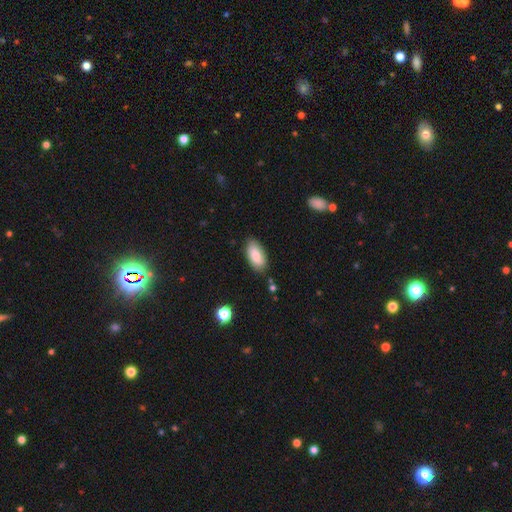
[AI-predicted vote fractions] smooth-or-featured: smooth: 80% | featured or disk: 13% | star or artifact: 7%
  how-rounded: in between: 93% | cigar-shaped: 4% | round: 3%
  merging: none: 80% | minor disturbance: 16% | major disturbance: 3% | merger: 2%